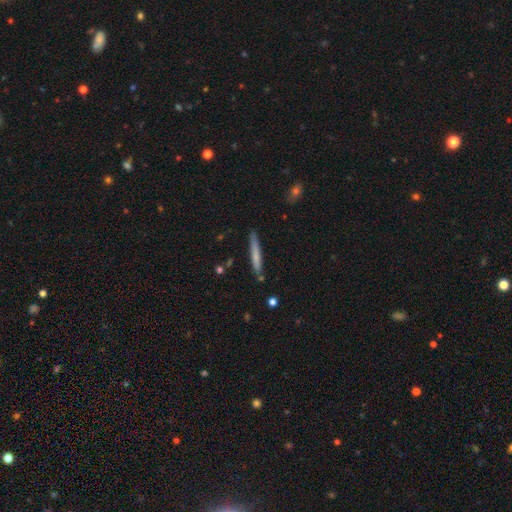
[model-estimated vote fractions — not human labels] Overall: smooth (67%; featured or disk 27%). How rounded: cigar-shaped (95%). Merging: none (83%).